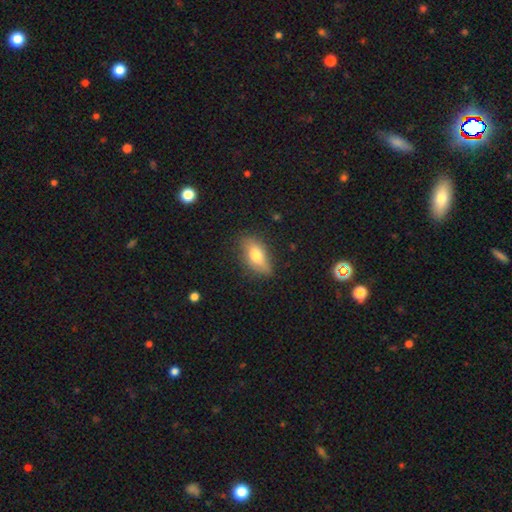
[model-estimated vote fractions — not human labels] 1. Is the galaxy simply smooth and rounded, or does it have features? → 66% smooth, 26% featured or disk, 7% star or artifact.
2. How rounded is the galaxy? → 81% in between, 14% cigar-shaped, 5% round.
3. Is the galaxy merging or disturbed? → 79% none, 16% minor disturbance, 3% major disturbance, 1% merger.